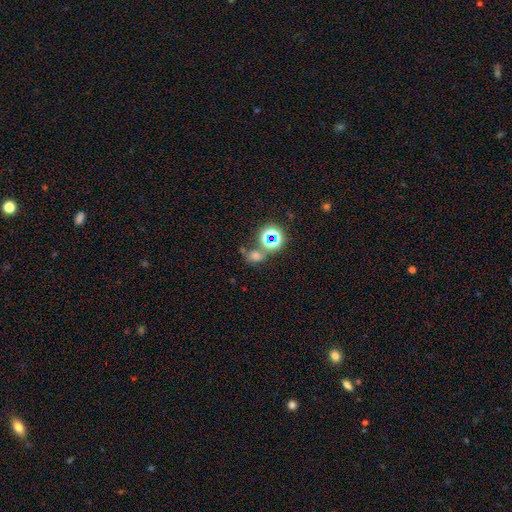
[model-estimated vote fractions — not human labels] A star or artifact, not a galaxy (45%).